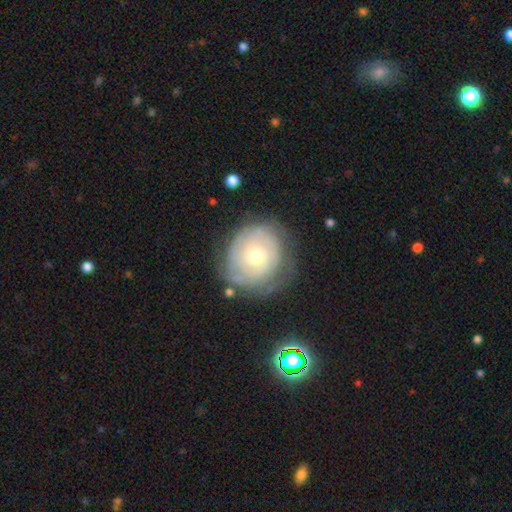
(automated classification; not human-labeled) This is likely a featured or disk galaxy (74%). It is clearly not viewed edge-on (97%). Bar: likely no (80%). Spiral arm pattern: clearly yes (87%). Spiral arm count: possibly can't tell (45%). Spiral winding: likely tight (76%). Central bulge: possibly moderate (60%). Merging: likely none (70%).